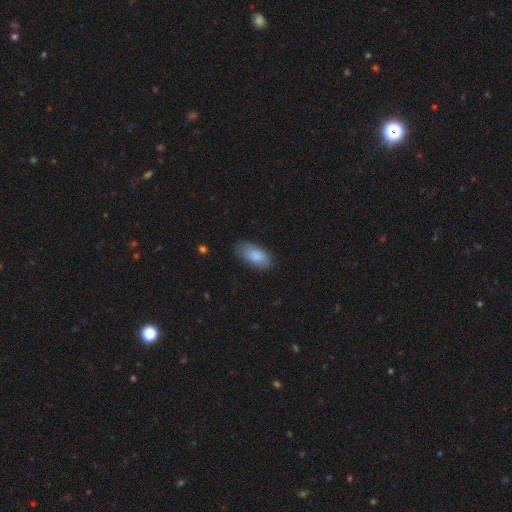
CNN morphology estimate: smooth-or-featured: smooth: 86% | featured or disk: 8% | star or artifact: 6%
  how-rounded: in between: 93% | cigar-shaped: 5% | round: 3%
  merging: none: 77% | minor disturbance: 18% | major disturbance: 4% | merger: 1%